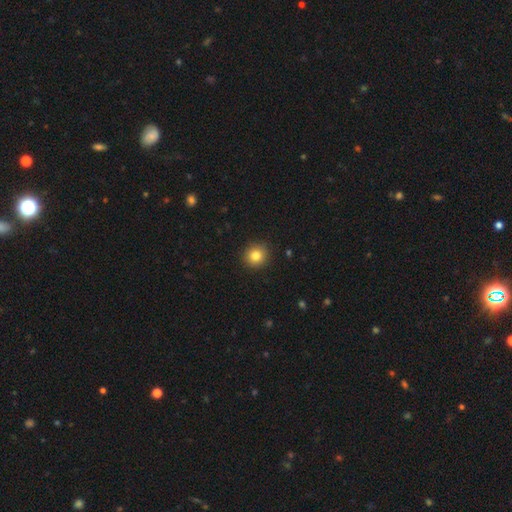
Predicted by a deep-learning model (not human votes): Smooth or featured? smooth (82%)
How rounded? round (92%)
Merging? none (92%)